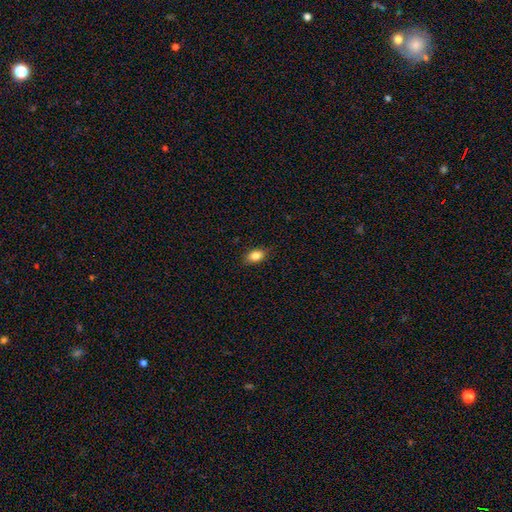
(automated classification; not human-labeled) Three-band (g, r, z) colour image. It shows a smooth galaxy with no disk features (85%) that is in between round and cigar-shaped (85%). Merging: none (85%).